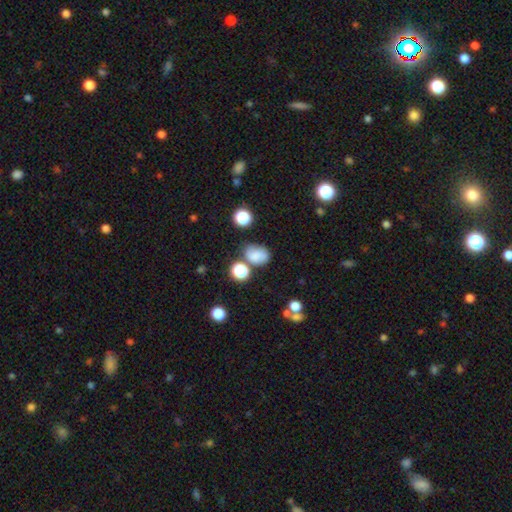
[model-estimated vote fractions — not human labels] A smooth galaxy with no disk features (72%) that is in between round and cigar-shaped (63%).

Vote fractions:
- Smooth or featured? smooth: 72% / star or artifact: 15% / featured or disk: 12%
- How rounded? in between: 63% / round: 36% / cigar-shaped: 1%
- Merging? none: 56% / minor disturbance: 23% / merger: 13% / major disturbance: 9%